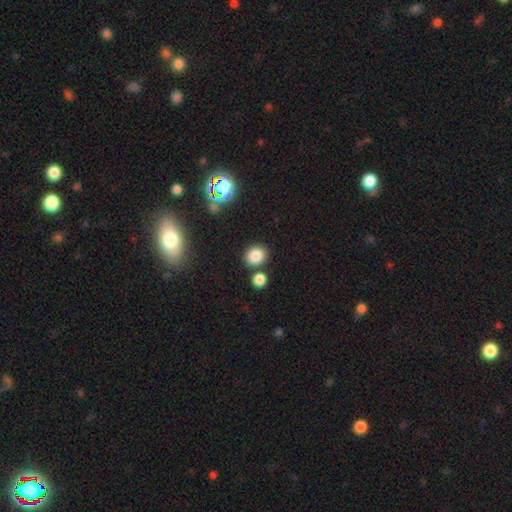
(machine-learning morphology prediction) The model was most divided on "how rounded": round: 75%, in between: 24%, cigar-shaped: 1%. More confident: smooth or featured — smooth (83%); merging — none (75%).